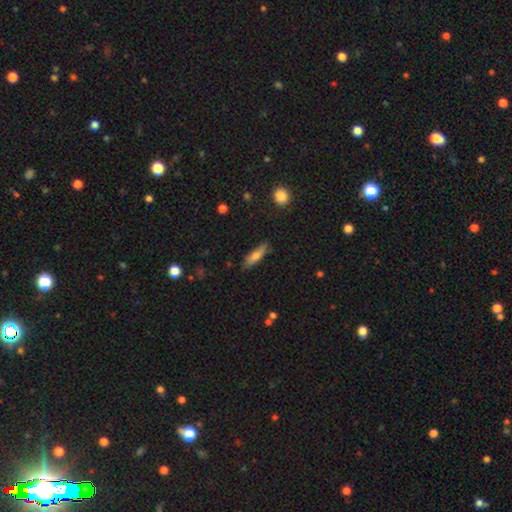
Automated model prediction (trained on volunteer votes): A smooth galaxy with no disk features (68%) that is cigar-shaped (63%). Merging: none (82%).